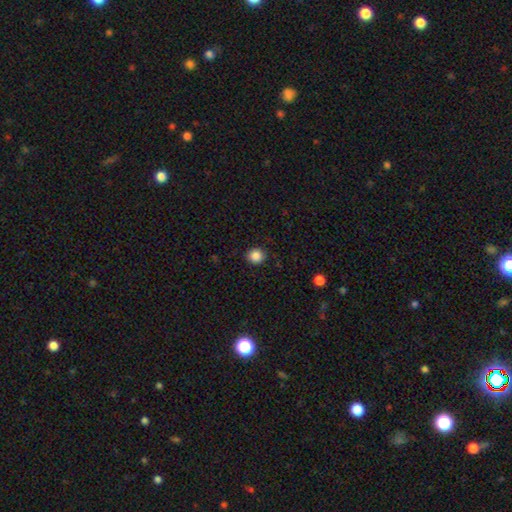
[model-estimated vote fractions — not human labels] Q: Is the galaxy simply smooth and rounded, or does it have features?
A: smooth — 86%.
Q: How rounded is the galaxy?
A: round — 87%.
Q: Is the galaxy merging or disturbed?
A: none — 89%.